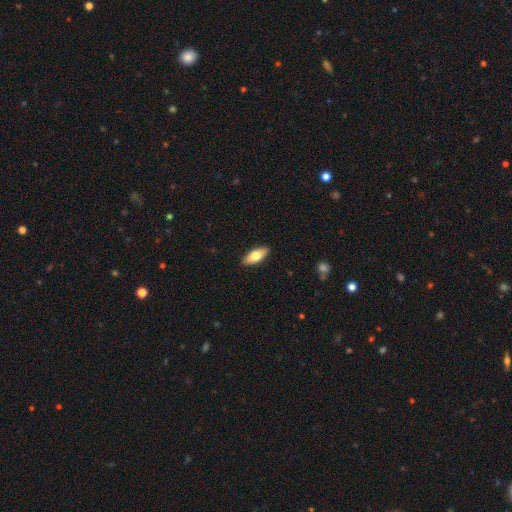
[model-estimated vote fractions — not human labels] Overall: smooth (68%). How rounded: in between (78%). Merging: none (90%).